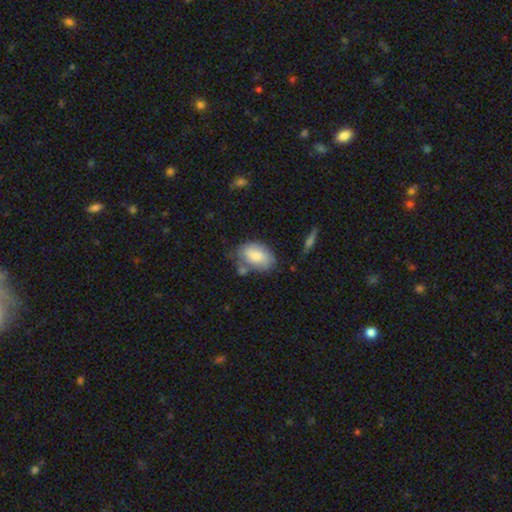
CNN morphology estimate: Smooth or featured? smooth (76%)
How rounded? in between (89%)
Merging? none (53%)